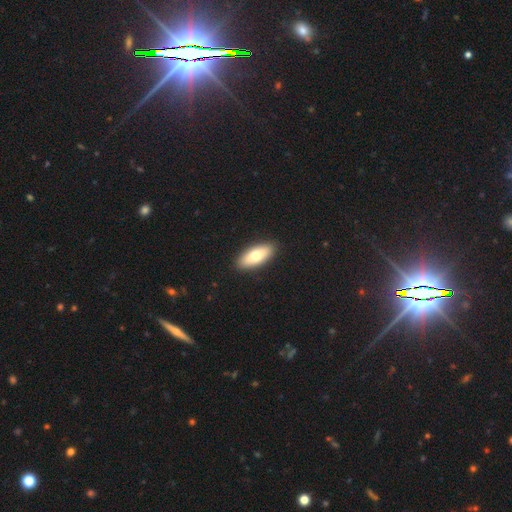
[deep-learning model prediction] Q: Smooth or featured?
A: smooth (71%); runner-up: featured or disk (23%)
Q: How rounded?
A: in between (82%); runner-up: cigar-shaped (16%)
Q: Merging?
A: none (91%); runner-up: minor disturbance (6%)